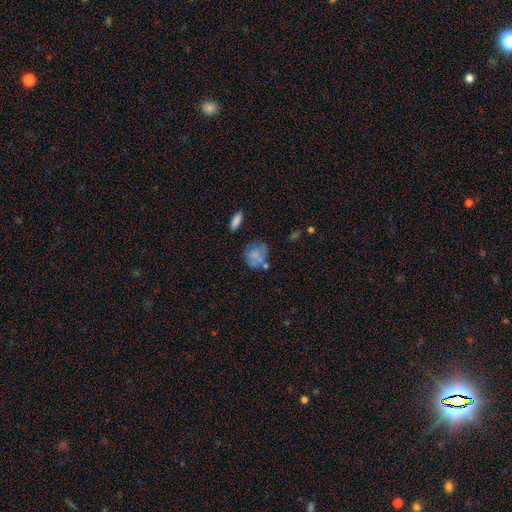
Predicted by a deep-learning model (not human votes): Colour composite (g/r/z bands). It shows a smooth galaxy with no disk features (64%) that is round (63%). Merging: none (49%).